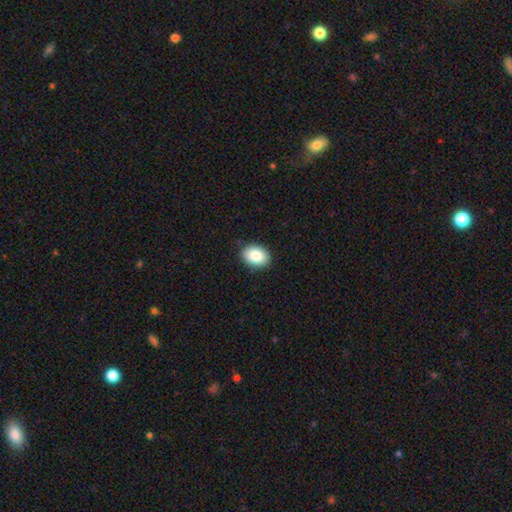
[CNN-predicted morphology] This appears to be a smooth galaxy with no disk features (88%) that is in between round and cigar-shaped (79%). Merging: none (89%).